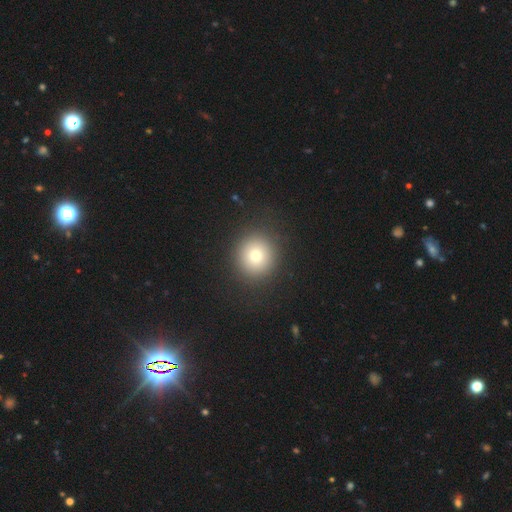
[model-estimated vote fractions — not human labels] Smooth or featured? smooth (75%)
How rounded? round (89%)
Merging? none (90%)